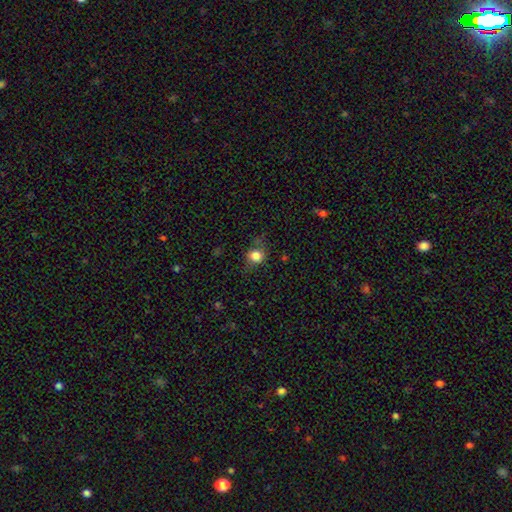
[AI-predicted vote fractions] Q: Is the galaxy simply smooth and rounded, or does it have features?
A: smooth — 81%.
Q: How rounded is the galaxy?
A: round — 78%.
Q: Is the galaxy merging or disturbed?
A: none — 70%.